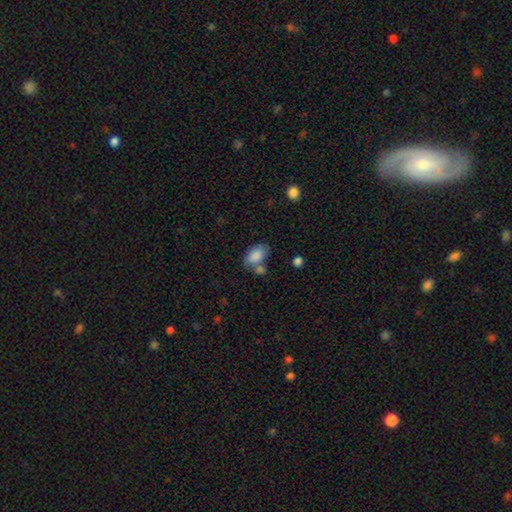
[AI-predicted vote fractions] Smooth or featured?
  - smooth: 85% *
  - featured or disk: 8%
  - star or artifact: 7%
How rounded?
  - in between: 91% *
  - round: 7%
  - cigar-shaped: 2%
Merging?
  - none: 51% *
  - merger: 25%
  - minor disturbance: 18%
  - major disturbance: 6%